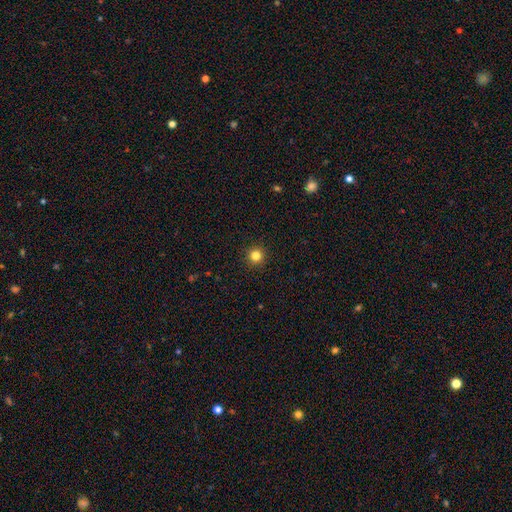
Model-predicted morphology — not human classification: Q: Smooth or featured?
A: smooth (82%); runner-up: star or artifact (13%)
Q: How rounded?
A: round (96%); runner-up: in between (3%)
Q: Merging?
A: none (93%); runner-up: minor disturbance (4%)